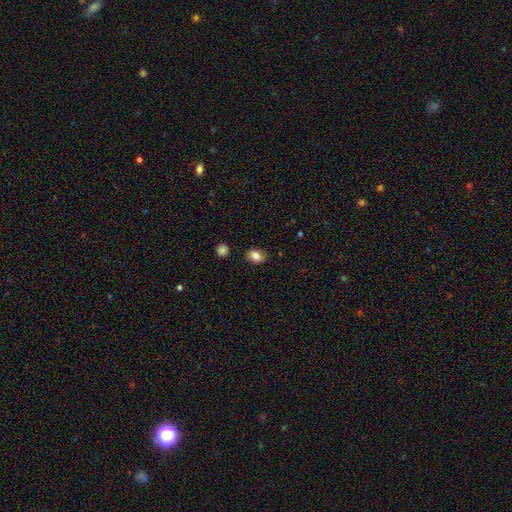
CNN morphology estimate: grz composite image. It shows a smooth galaxy with no disk features (83%) that is in between round and cigar-shaped (74%). Merging: none (83%).